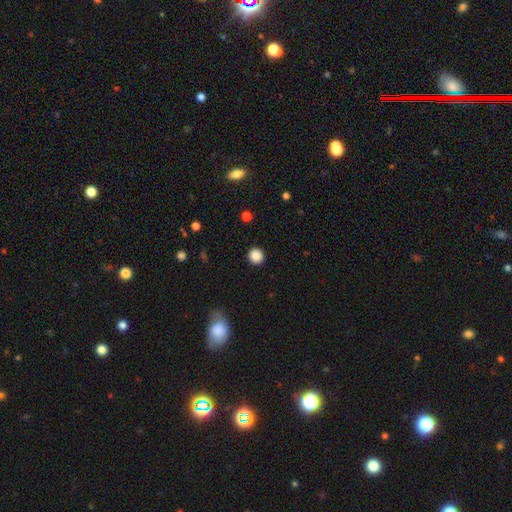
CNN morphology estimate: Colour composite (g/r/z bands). It shows a smooth galaxy with no disk features (87%) that is round (93%). Merging: none (92%).